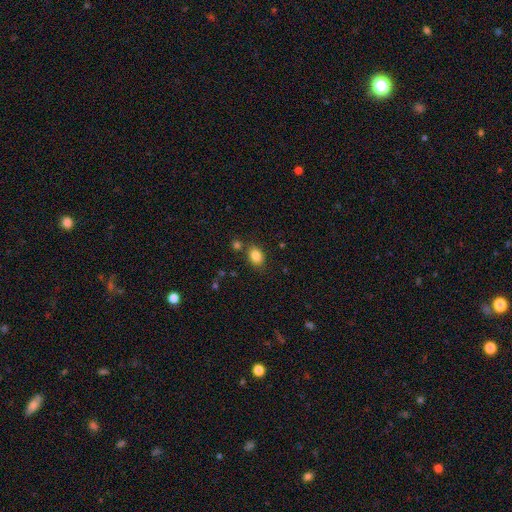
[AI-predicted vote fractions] A smooth galaxy with no disk features (84%) that is in between round and cigar-shaped (69%).

Vote fractions:
- Smooth or featured? smooth: 84% / star or artifact: 10% / featured or disk: 6%
- How rounded? in between: 69% / round: 30% / cigar-shaped: 1%
- Merging? none: 75% / minor disturbance: 13% / merger: 9% / major disturbance: 4%